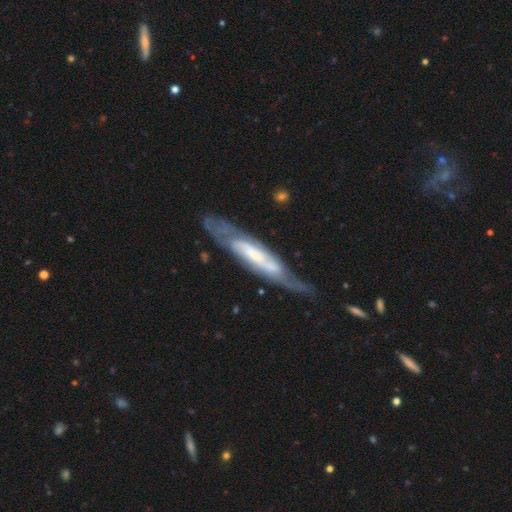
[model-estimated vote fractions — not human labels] Smooth or featured?
  - featured or disk: 72% *
  - smooth: 22%
  - star or artifact: 6%
Edge-on disk?
  - no: 59% *
  - yes: 41%
Merging?
  - none: 61% *
  - minor disturbance: 24%
  - major disturbance: 13%
  - merger: 3%